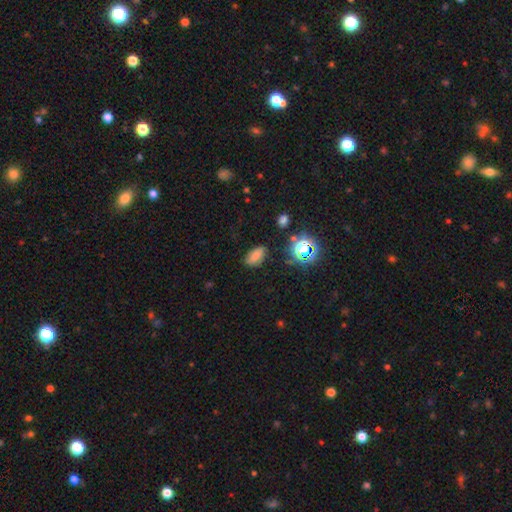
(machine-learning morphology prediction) type=smooth (67%); roundness=in between (88%); merging=none (77%).